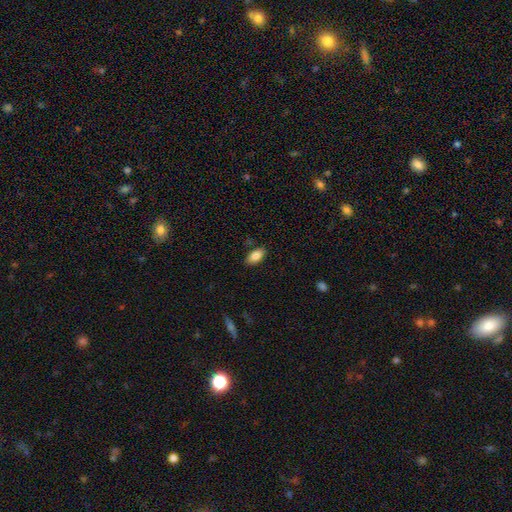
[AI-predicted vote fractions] Smooth or featured: smooth — 84% (featured or disk — 8%)
How rounded: in between — 91% (cigar-shaped — 5%)
Merging: none — 85% (minor disturbance — 11%)